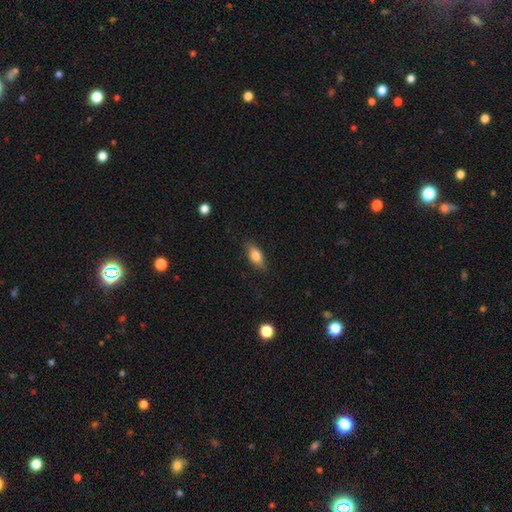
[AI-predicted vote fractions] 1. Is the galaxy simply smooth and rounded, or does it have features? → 71% smooth, 21% featured or disk, 7% star or artifact.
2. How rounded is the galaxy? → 76% in between, 20% cigar-shaped, 4% round.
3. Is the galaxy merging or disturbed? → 84% none, 13% minor disturbance, 3% major disturbance, 1% merger.